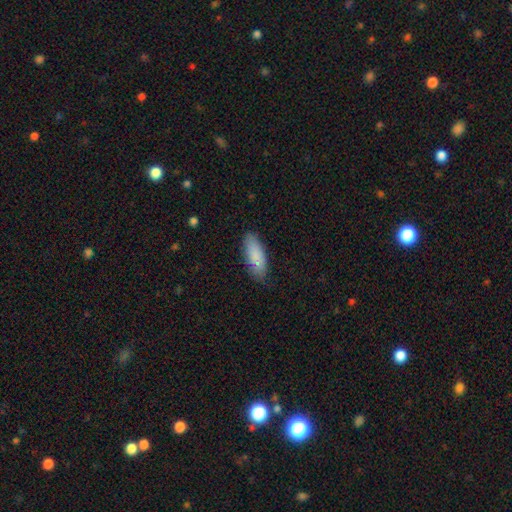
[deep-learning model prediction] Smooth or featured? Predicted: smooth (p=0.85). How rounded? Predicted: in between (p=0.75). Merging? Predicted: none (p=0.78).